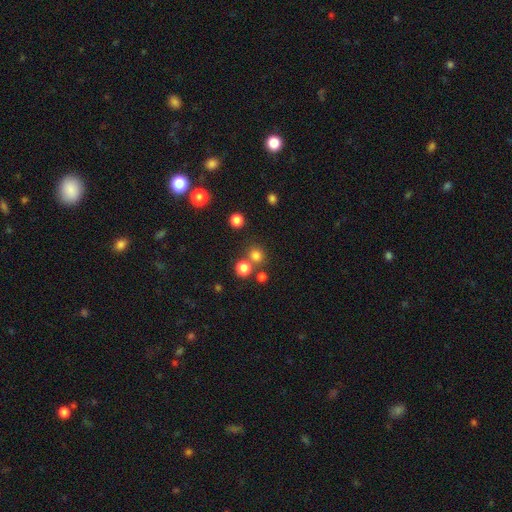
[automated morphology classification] The model was most divided on "merging": none: 71%, merger: 18%, minor disturbance: 7%, major disturbance: 3%. More confident: how rounded — round (87%); smooth or featured — smooth (76%).